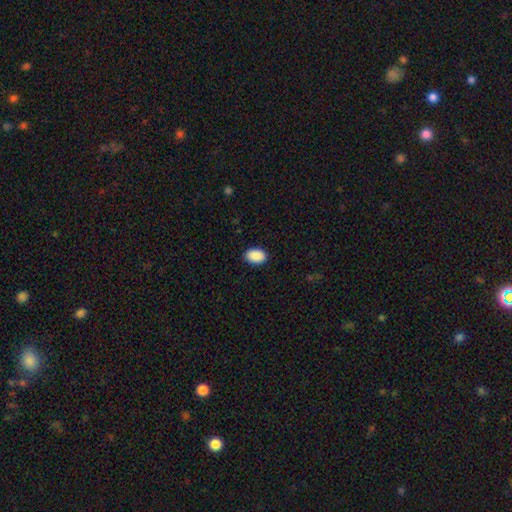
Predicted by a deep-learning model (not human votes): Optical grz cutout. It shows a smooth galaxy with no disk features (91%) that is in between round and cigar-shaped (89%). Merging: none (90%).